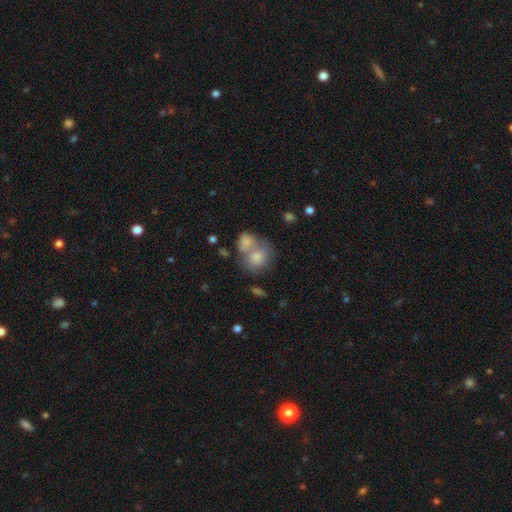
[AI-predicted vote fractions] smooth_or_featured: smooth (p=0.74) [alt: featured or disk p=0.17]
how_rounded: round (p=0.62) [alt: in between p=0.37]
merging: merger (p=0.54) [alt: none p=0.29]